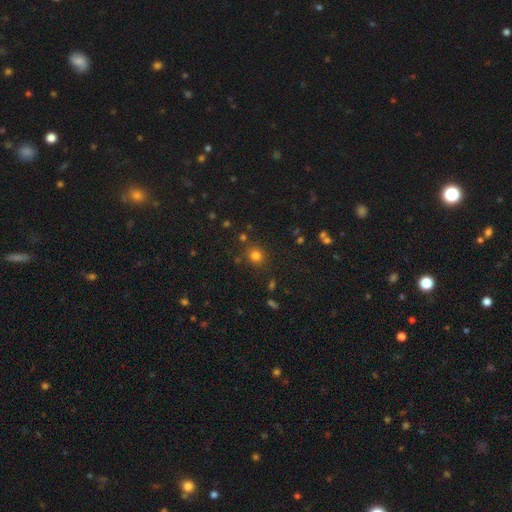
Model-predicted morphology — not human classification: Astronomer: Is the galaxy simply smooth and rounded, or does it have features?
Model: smooth — 77%.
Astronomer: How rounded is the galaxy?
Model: round — 85%.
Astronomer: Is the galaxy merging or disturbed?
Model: none — 84%.